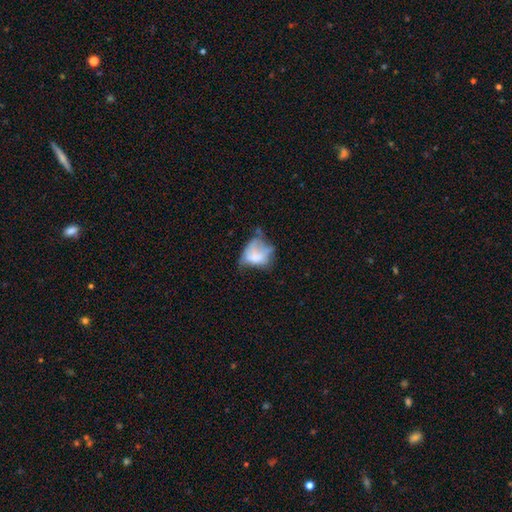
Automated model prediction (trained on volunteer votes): This appears to be a smooth galaxy with no disk features (53%) that is in between round and cigar-shaped (69%). Merging: major disturbance (39%).